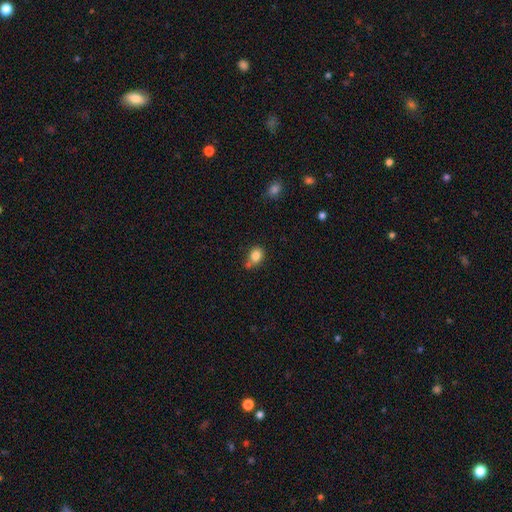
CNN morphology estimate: Smooth or featured? smooth (83%)
How rounded? in between (56%)
Merging? none (56%)